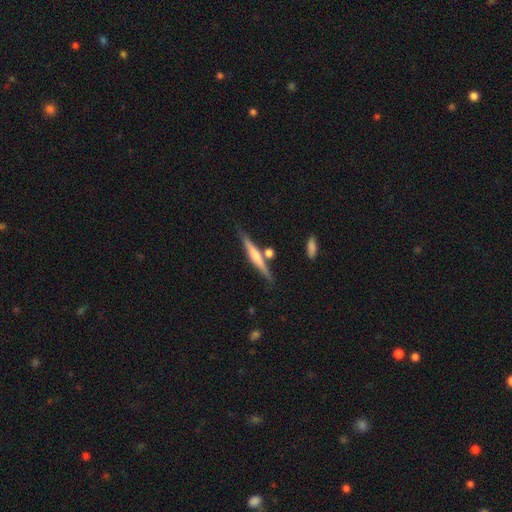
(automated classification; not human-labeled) The model was most divided on "smooth or featured": featured or disk: 57%, smooth: 36%, star or artifact: 6%. More confident: edge-on disk — yes (97%); merging — none (78%); edge-on bulge — rounded (61%).